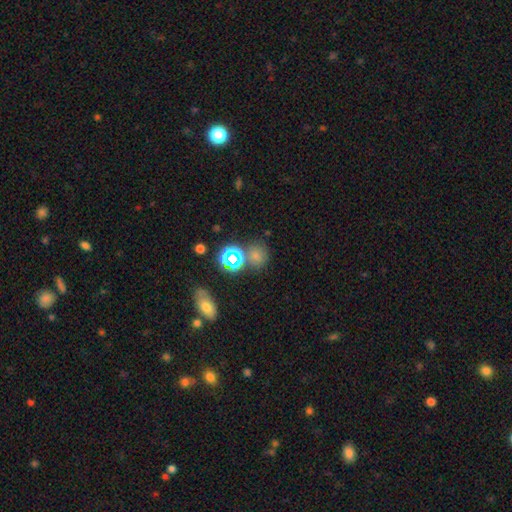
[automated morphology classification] A smooth galaxy with no disk features (62%) that is round (75%). Merging: none (67%).